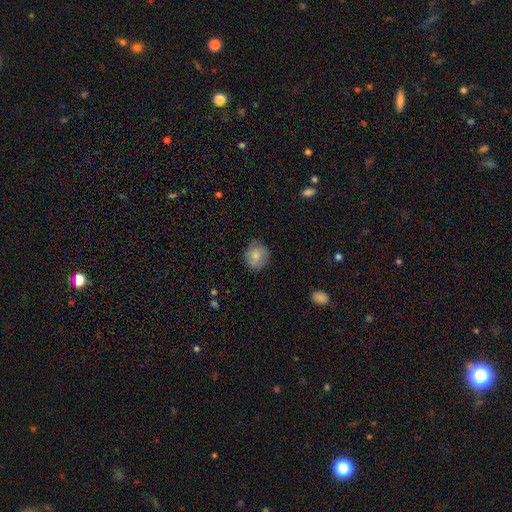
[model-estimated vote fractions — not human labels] This is likely a smooth galaxy (79%). How rounded: clearly round (81%). Merging: likely none (77%).